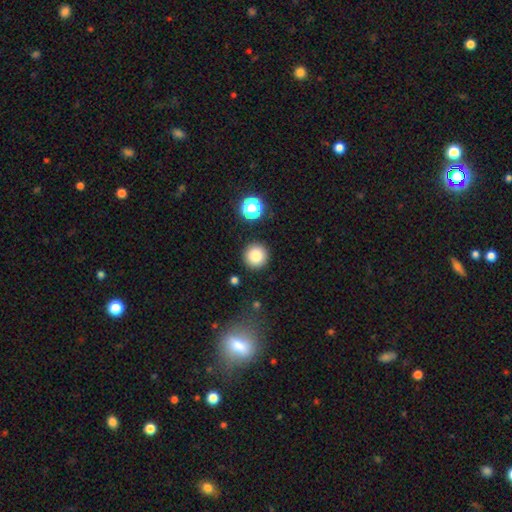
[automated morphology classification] This is clearly a smooth galaxy (84%). How rounded: clearly round (95%). Merging: clearly none (89%).